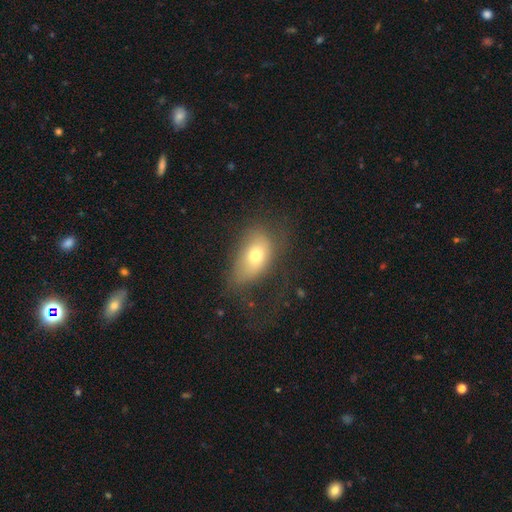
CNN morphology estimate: Q: Smooth or featured?
A: smooth (66%); runner-up: featured or disk (23%)
Q: How rounded?
A: in between (86%); runner-up: round (11%)
Q: Merging?
A: none (45%); runner-up: minor disturbance (27%)